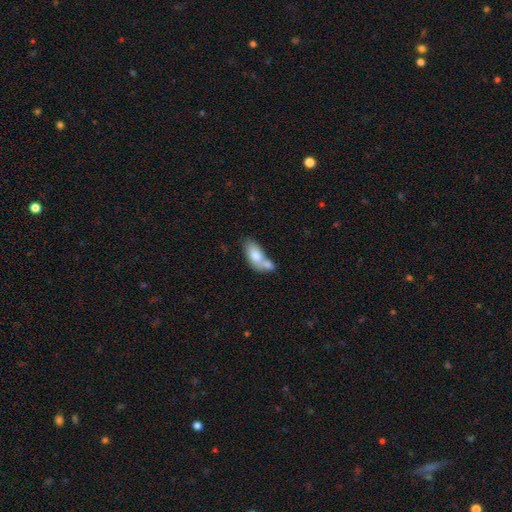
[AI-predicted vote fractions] Q: Smooth or featured?
A: smooth (76%); runner-up: featured or disk (18%)
Q: How rounded?
A: in between (88%); runner-up: cigar-shaped (8%)
Q: Merging?
A: merger (54%); runner-up: none (27%)